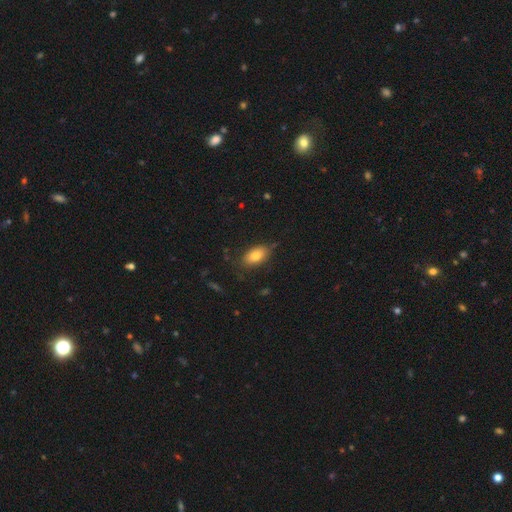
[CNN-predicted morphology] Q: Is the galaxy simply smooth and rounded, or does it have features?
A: smooth — 79%.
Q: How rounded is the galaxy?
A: in between — 90%.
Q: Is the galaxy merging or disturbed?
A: none — 75%.